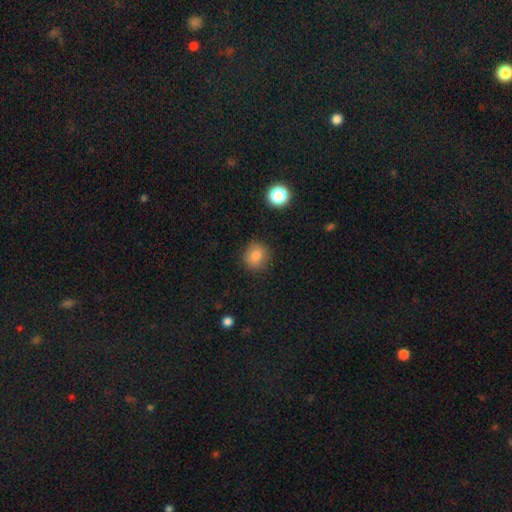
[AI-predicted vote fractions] Q: Smooth or featured?
A: smooth (80%); runner-up: star or artifact (12%)
Q: How rounded?
A: round (87%); runner-up: in between (12%)
Q: Merging?
A: none (88%); runner-up: minor disturbance (8%)